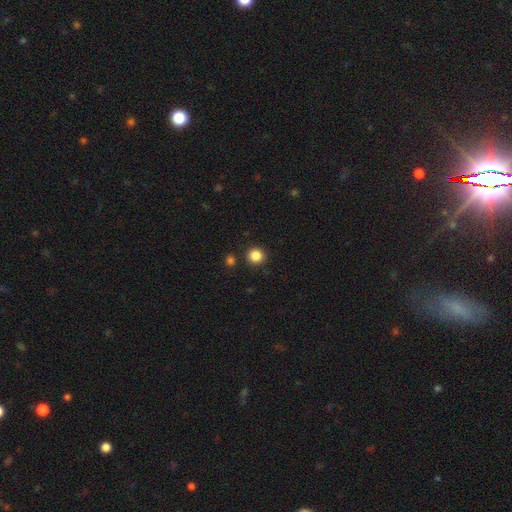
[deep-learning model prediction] Morphology: type=smooth (85%); roundness=round (92%); merging=none (89%).